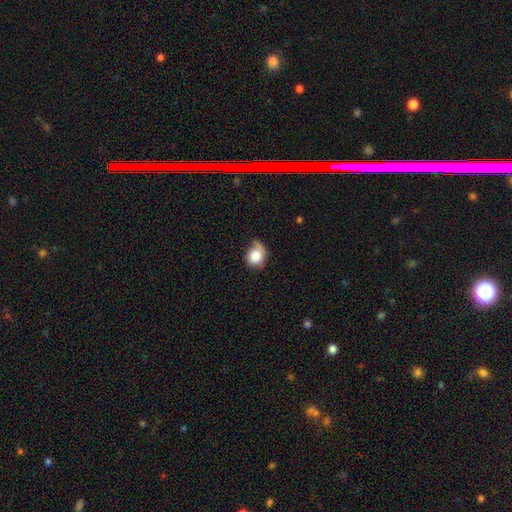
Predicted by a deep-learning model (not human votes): This is likely a smooth galaxy (78%). How rounded: likely round (70%). Merging: marginally none (40%).